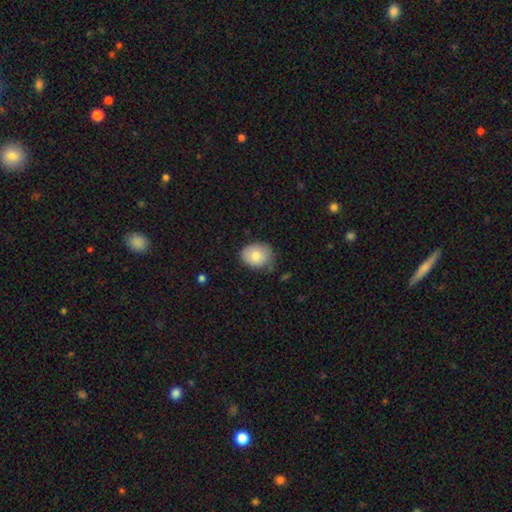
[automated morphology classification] A smooth galaxy with no disk features (80%) that is round (53%). Merging: none (69%).